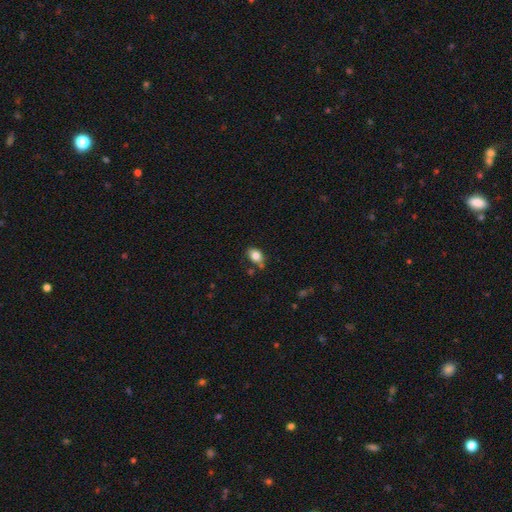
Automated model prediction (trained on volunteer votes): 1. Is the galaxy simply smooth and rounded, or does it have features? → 81% smooth, 10% featured or disk, 9% star or artifact.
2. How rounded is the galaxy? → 77% in between, 22% round, 1% cigar-shaped.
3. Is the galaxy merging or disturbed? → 69% none, 18% minor disturbance, 9% merger, 4% major disturbance.